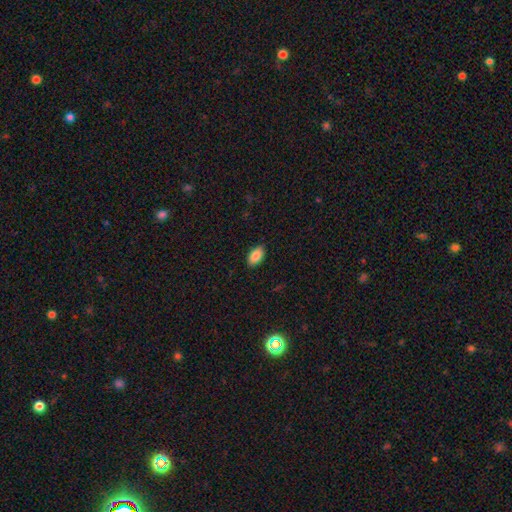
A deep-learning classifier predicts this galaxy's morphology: smooth 87%, star or artifact 7%, featured or disk 5%. Down the decision tree: how rounded — in between (94%); merging — none (89%).